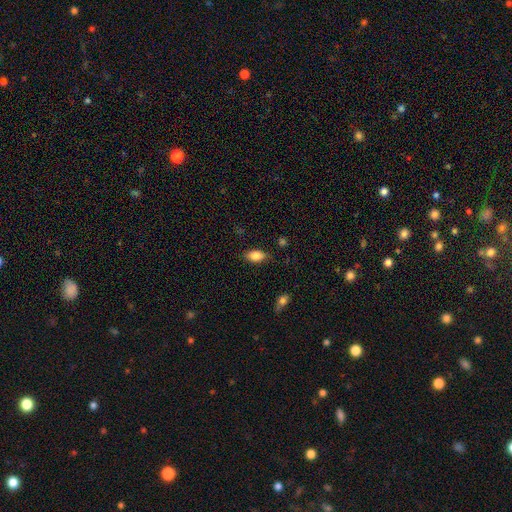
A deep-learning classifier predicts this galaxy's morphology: smooth-or-featured: smooth: 83% | featured or disk: 10% | star or artifact: 8%
  how-rounded: in between: 89% | round: 6% | cigar-shaped: 5%
  merging: none: 80% | minor disturbance: 15% | major disturbance: 3% | merger: 1%